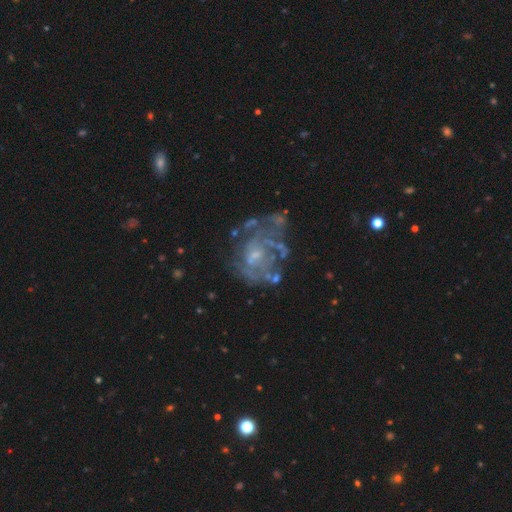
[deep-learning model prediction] Smooth or featured?
  - featured or disk: 77% *
  - smooth: 12%
  - star or artifact: 11%
Edge-on disk?
  - no: 98% *
  - yes: 2%
Bar?
  - no: 70% *
  - weak: 25%
  - strong: 5%
Spiral arms?
  - yes: 54% *
  - no: 46%
Bulge size?
  - small: 56% *
  - moderate: 22%
  - none: 20%
  - large: 2%
  - dominant: 1%
Merging?
  - none: 46% *
  - major disturbance: 27%
  - minor disturbance: 20%
  - merger: 7%